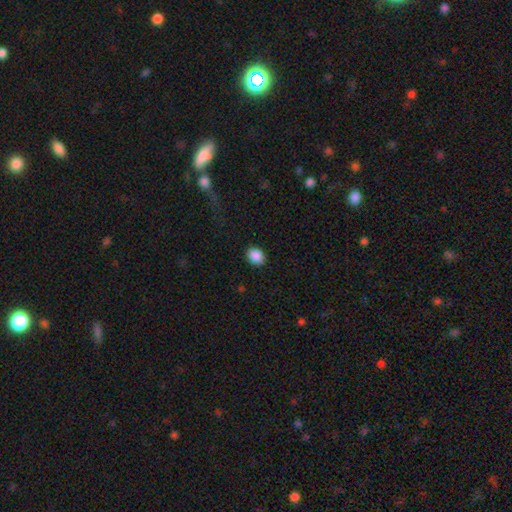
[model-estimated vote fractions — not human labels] smooth-or-featured: smooth: 89% | star or artifact: 8% | featured or disk: 3%
  how-rounded: round: 56% | in between: 43% | cigar-shaped: 1%
  merging: none: 88% | minor disturbance: 8% | major disturbance: 2% | merger: 1%